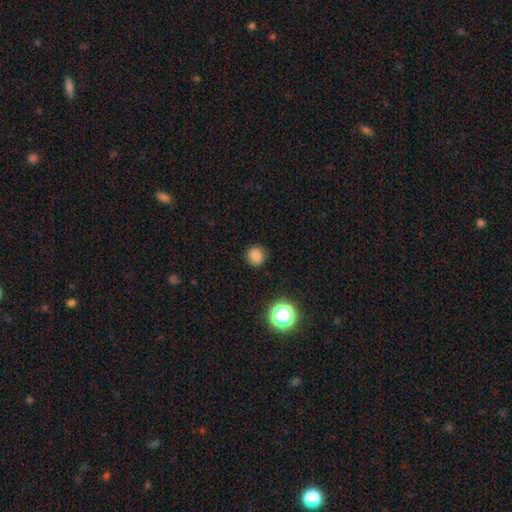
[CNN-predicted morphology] Smooth or featured? Predicted: smooth (p=0.81). How rounded? Predicted: round (p=0.91). Merging? Predicted: none (p=0.88).